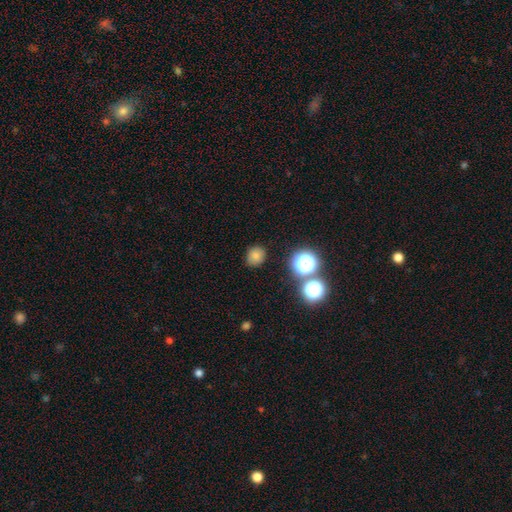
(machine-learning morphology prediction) The model was most divided on "how rounded": round: 78%, in between: 21%, cigar-shaped: 1%. More confident: merging — none (86%); smooth or featured — smooth (76%).